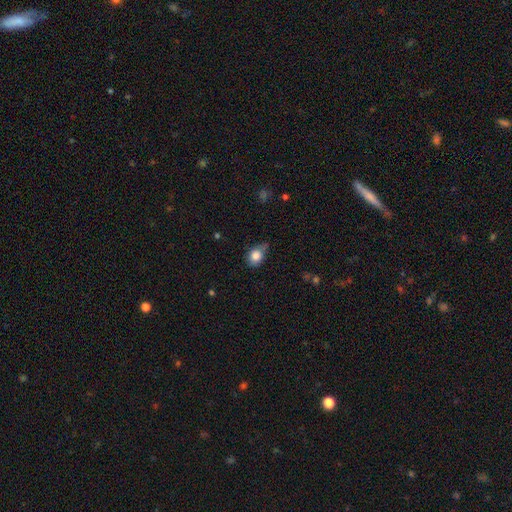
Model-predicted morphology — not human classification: smooth 82%, star or artifact 9%, featured or disk 9%. Down the decision tree: how rounded — round (53%); merging — none (47%).